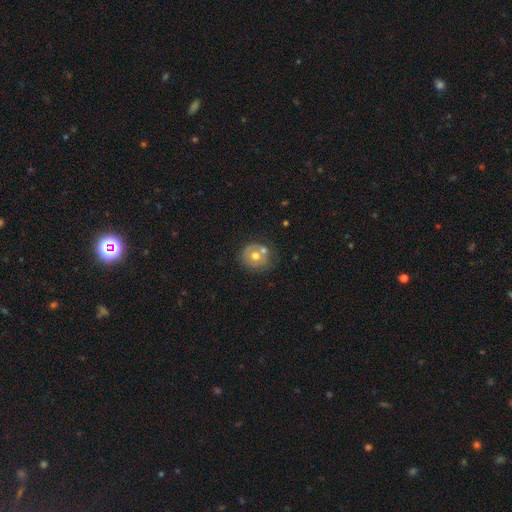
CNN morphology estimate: This is possibly a smooth galaxy (53%). How rounded: clearly round (85%). Merging: possibly none (54%).